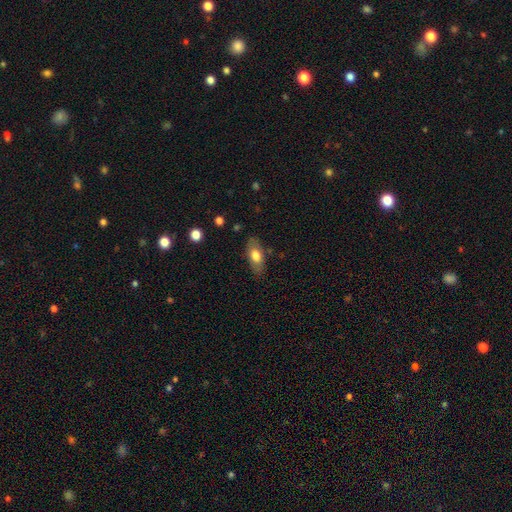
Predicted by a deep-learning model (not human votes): smooth_or_featured: smooth (p=0.69) [alt: featured or disk p=0.24]
how_rounded: in between (p=0.85) [alt: cigar-shaped p=0.10]
merging: none (p=0.80) [alt: minor disturbance p=0.14]